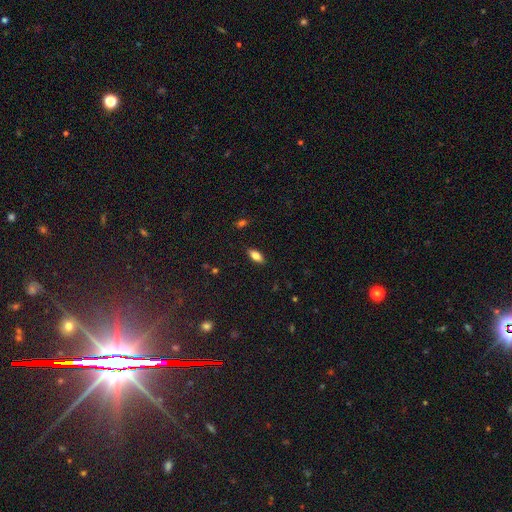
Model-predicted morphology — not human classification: A smooth galaxy with no disk features (74%) that is in between round and cigar-shaped (85%).

Vote fractions:
- Smooth or featured? smooth: 74% / featured or disk: 17% / star or artifact: 9%
- How rounded? in between: 85% / cigar-shaped: 12% / round: 3%
- Merging? none: 87% / minor disturbance: 10% / major disturbance: 2% / merger: 1%